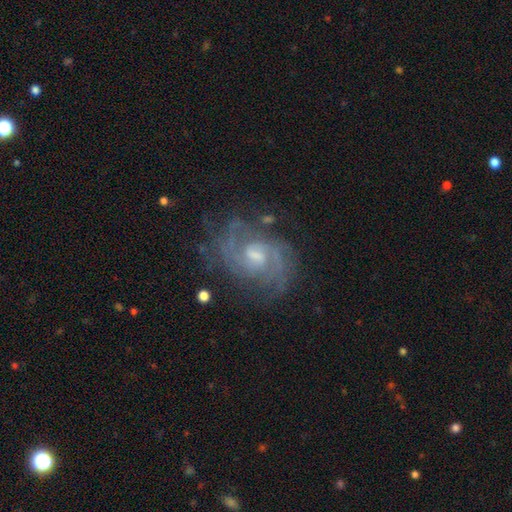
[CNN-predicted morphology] This is clearly a featured or disk galaxy (87%). It is clearly not viewed edge-on (97%). Bar: likely weak (61%). Spiral arm pattern: clearly yes (97%). Spiral arm count: possibly 2 (59%). Spiral winding: possibly medium (46%). Central bulge: marginally moderate (44%). Merging: likely none (70%).